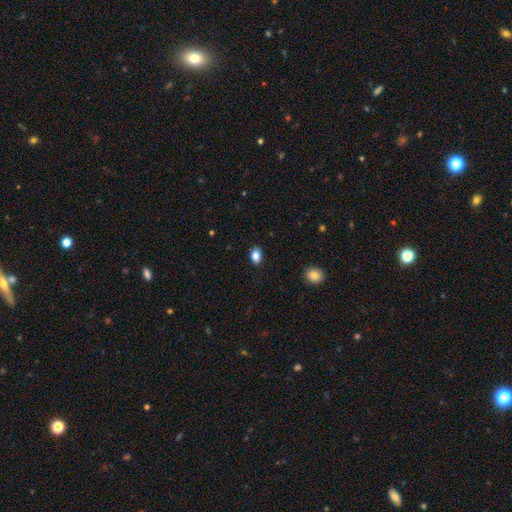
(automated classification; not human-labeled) Q: Smooth or featured?
A: smooth (84%); runner-up: star or artifact (10%)
Q: How rounded?
A: in between (76%); runner-up: round (23%)
Q: Merging?
A: none (87%); runner-up: minor disturbance (10%)